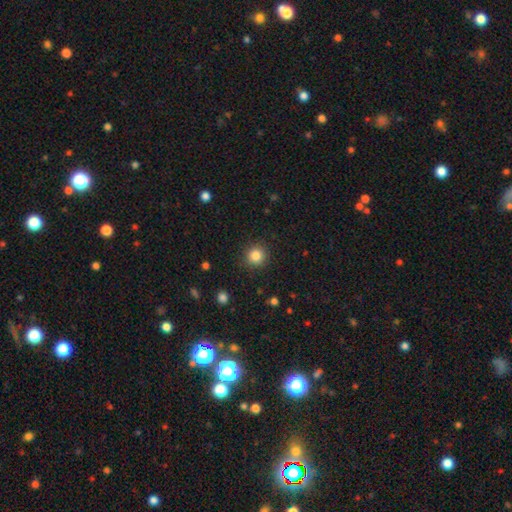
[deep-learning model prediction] Overall: smooth (84%). How rounded: round (93%). Merging: none (90%).